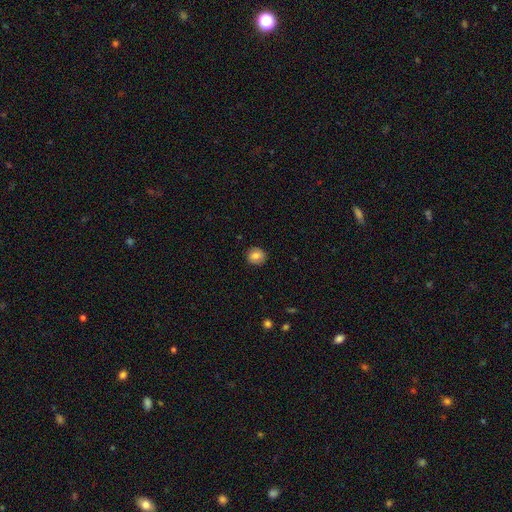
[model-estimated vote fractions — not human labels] Overall: smooth (81%). How rounded: round (83%). Merging: none (89%).